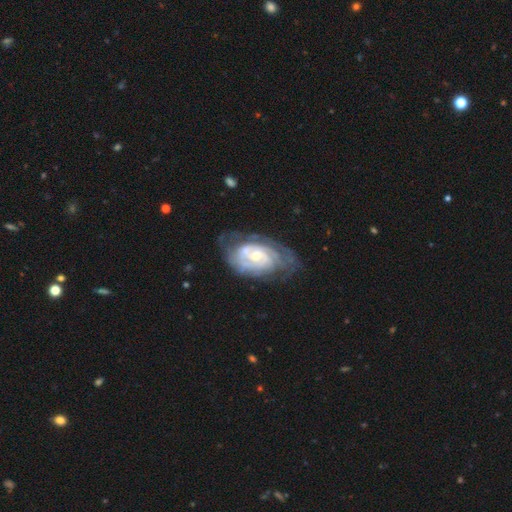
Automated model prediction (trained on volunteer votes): smooth-or-featured: featured or disk: 84% | smooth: 10% | star or artifact: 6%
  disk-edge-on: no: 96% | yes: 4%
    bar: no: 65% | weak: 28% | strong: 7%
    has-spiral-arms: yes: 92% | no: 8%
      spiral-winding: tight: 70% | medium: 24% | loose: 6%
      spiral-arm-count: can't tell: 41% | 2: 30% | 3: 14% | 4: 7% | 1: 4% | more than 4: 4%
    bulge-size: small: 51% | moderate: 44% | large: 3% | none: 1% | dominant: 1%
  merging: none: 61% | minor disturbance: 23% | major disturbance: 13% | merger: 4%